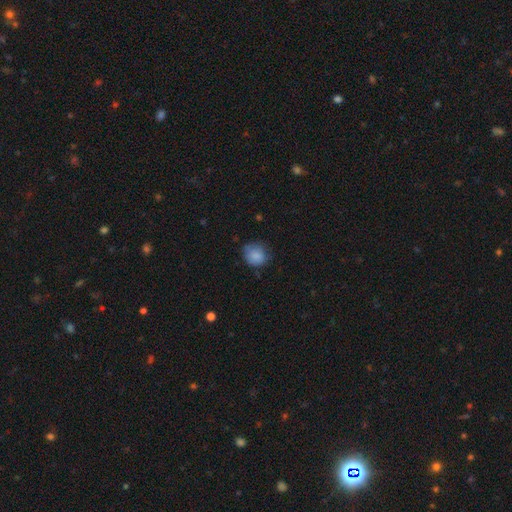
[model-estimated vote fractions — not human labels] Smooth or featured? smooth (85%)
How rounded? round (79%)
Merging? none (67%)